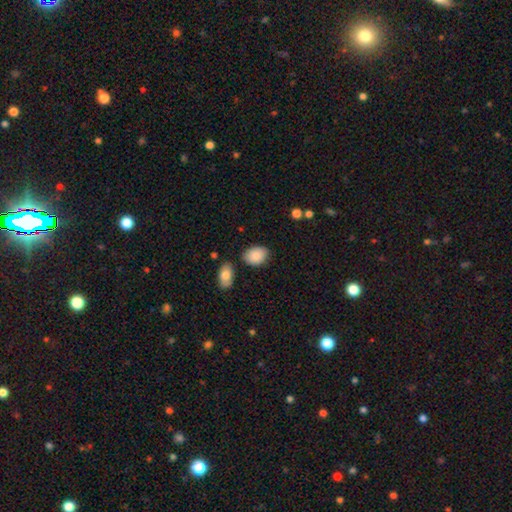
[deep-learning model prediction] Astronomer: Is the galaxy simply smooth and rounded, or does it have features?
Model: smooth — 88%.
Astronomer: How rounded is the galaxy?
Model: in between — 79%.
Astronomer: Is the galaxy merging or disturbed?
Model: none — 75%.